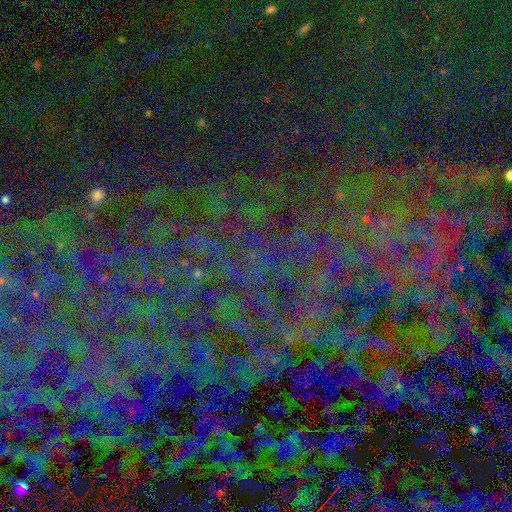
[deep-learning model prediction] This is clearly a star or artifact rather than a galaxy (84%).